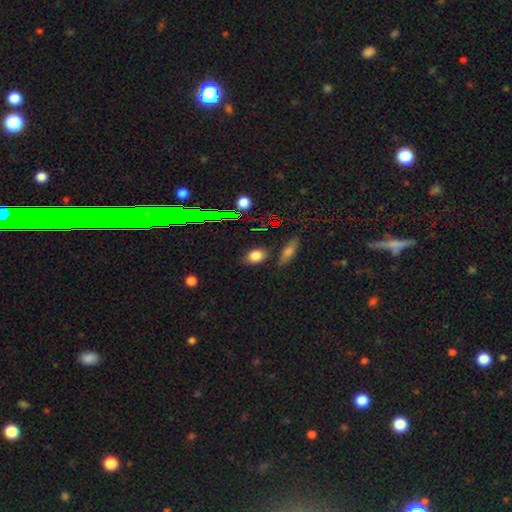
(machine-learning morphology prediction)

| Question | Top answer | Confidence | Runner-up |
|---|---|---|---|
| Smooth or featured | smooth | 79% | star or artifact (13%) |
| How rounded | in between | 69% | round (28%) |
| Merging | none | 80% | minor disturbance (13%) |